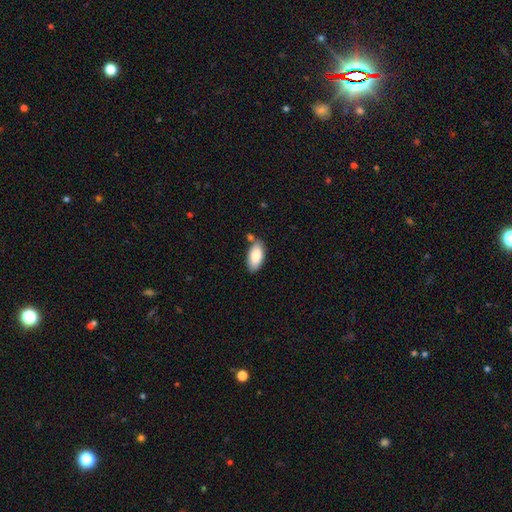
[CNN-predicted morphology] Smooth or featured: smooth — 84% (featured or disk — 10%)
How rounded: in between — 92% (cigar-shaped — 6%)
Merging: none — 71% (minor disturbance — 16%)